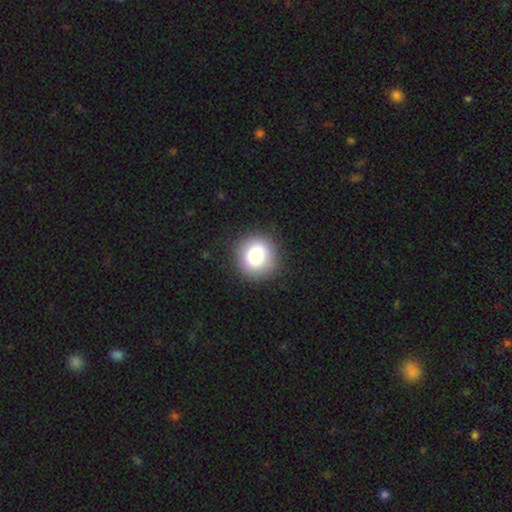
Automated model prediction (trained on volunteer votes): This appears to be a smooth galaxy with no disk features (83%) that is round (90%). Merging: none (87%).